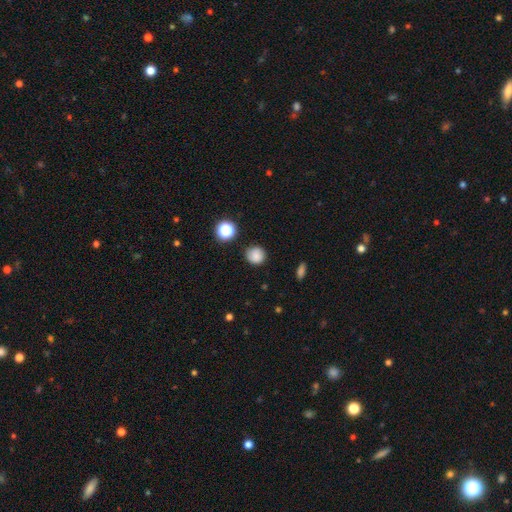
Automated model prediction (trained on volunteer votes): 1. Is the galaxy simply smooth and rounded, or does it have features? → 83% smooth, 12% star or artifact, 5% featured or disk.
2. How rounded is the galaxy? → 89% round, 10% in between, 1% cigar-shaped.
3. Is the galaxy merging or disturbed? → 85% none, 10% minor disturbance, 3% major disturbance, 2% merger.